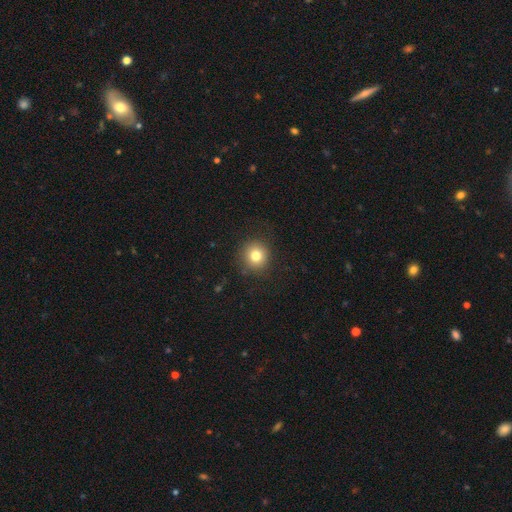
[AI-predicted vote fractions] A smooth galaxy with no disk features (80%) that is round (92%).

Vote fractions:
- Smooth or featured? smooth: 80% / star or artifact: 12% / featured or disk: 8%
- How rounded? round: 92% / in between: 7% / cigar-shaped: 1%
- Merging? none: 89% / minor disturbance: 7% / major disturbance: 3% / merger: 1%